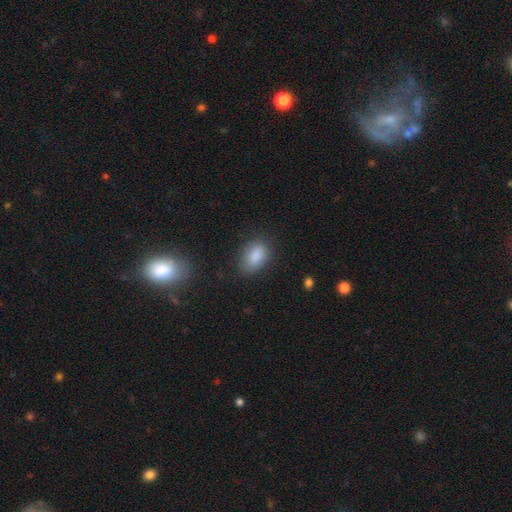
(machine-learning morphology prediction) Q: Smooth or featured?
A: smooth (87%); runner-up: star or artifact (8%)
Q: How rounded?
A: in between (89%); runner-up: round (9%)
Q: Merging?
A: none (76%); runner-up: minor disturbance (17%)